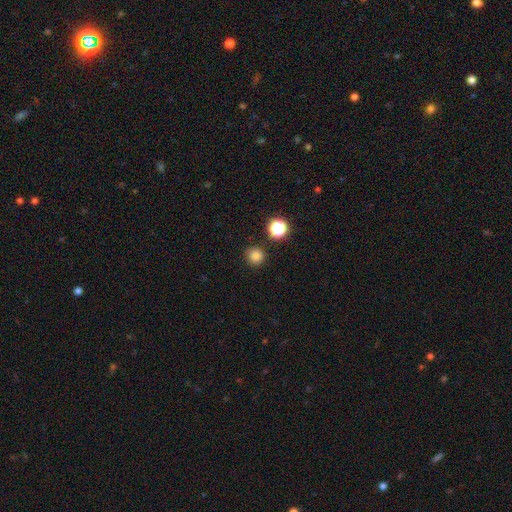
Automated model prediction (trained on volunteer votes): Smooth or featured?
  - smooth: 79% *
  - star or artifact: 15%
  - featured or disk: 5%
How rounded?
  - round: 94% *
  - in between: 5%
  - cigar-shaped: 1%
Merging?
  - none: 88% *
  - minor disturbance: 7%
  - merger: 3%
  - major disturbance: 2%